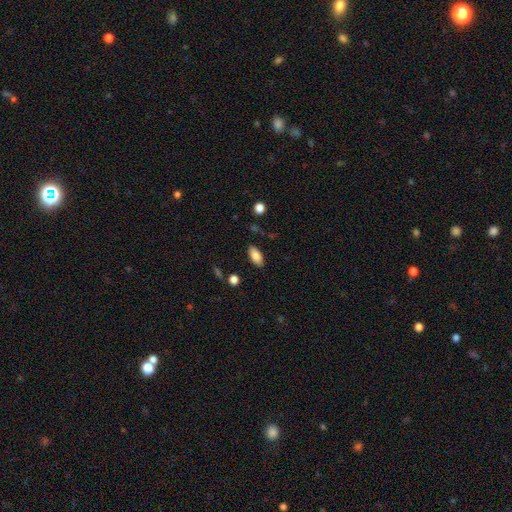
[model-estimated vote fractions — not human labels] smooth 84%, featured or disk 8%, star or artifact 8%. Down the decision tree: how rounded — in between (91%); merging — none (84%).